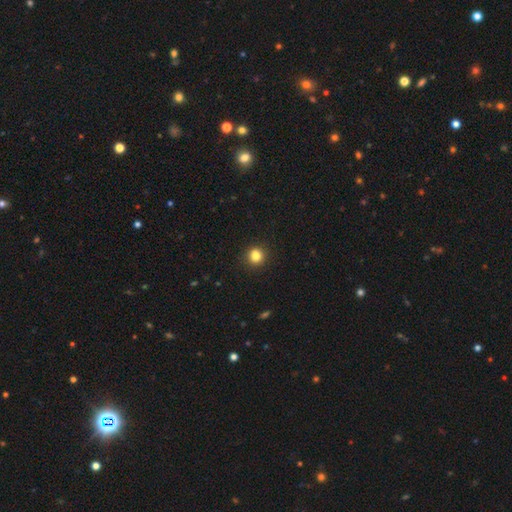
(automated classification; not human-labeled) Overall: smooth (84%). How rounded: round (84%). Merging: none (91%).